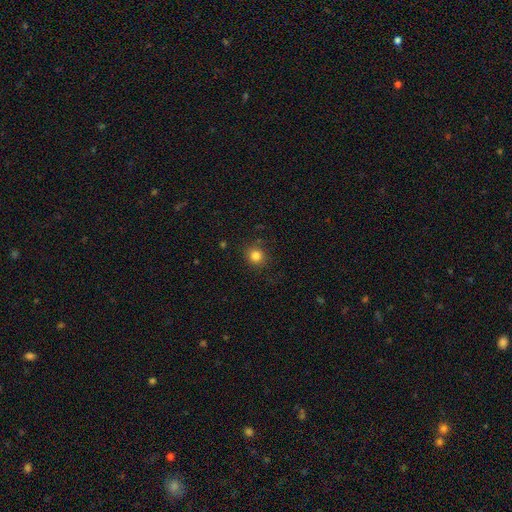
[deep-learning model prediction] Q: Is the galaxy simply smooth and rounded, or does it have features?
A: smooth — 83%.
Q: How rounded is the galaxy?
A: round — 90%.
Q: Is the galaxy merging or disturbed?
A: none — 88%.